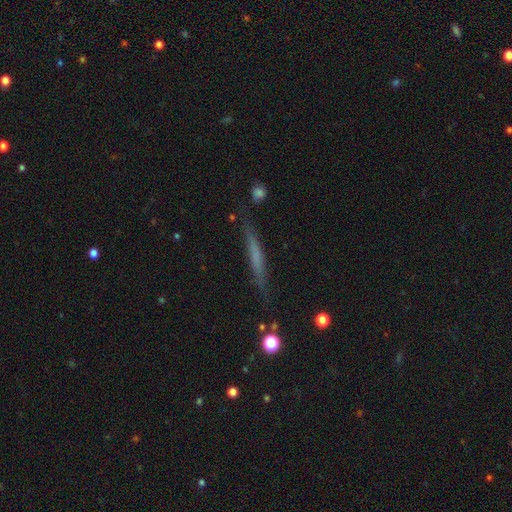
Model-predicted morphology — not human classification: Smooth or featured?
  - smooth: 47% *
  - featured or disk: 44%
  - star or artifact: 9%
Merging?
  - none: 80% *
  - minor disturbance: 14%
  - major disturbance: 4%
  - merger: 3%